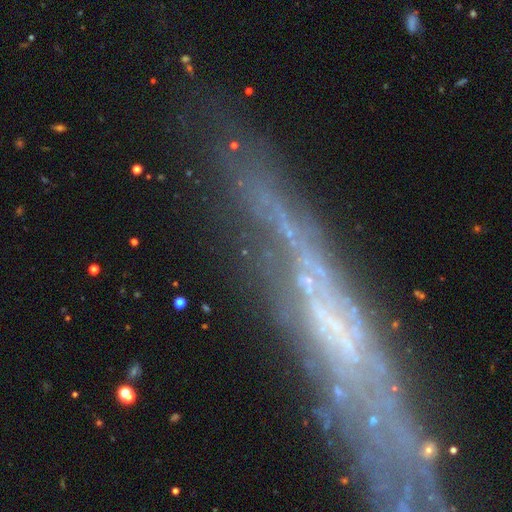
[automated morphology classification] A featured or disk galaxy (67%) viewed edge-on (73%). Merging: none (62%).